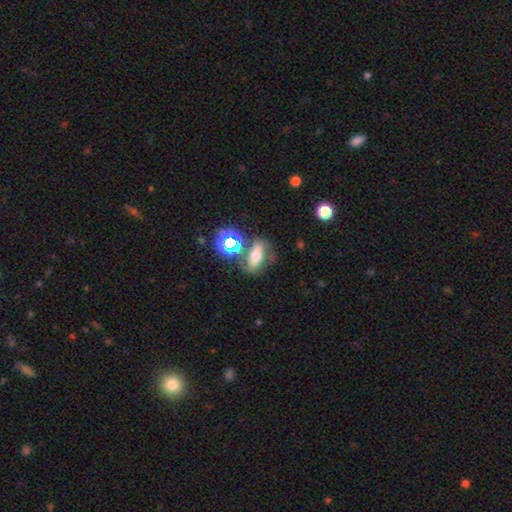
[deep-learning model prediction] smooth-or-featured: featured or disk: 40% | smooth: 39% | star or artifact: 21%
  merging: none: 59% | minor disturbance: 17% | merger: 15% | major disturbance: 9%